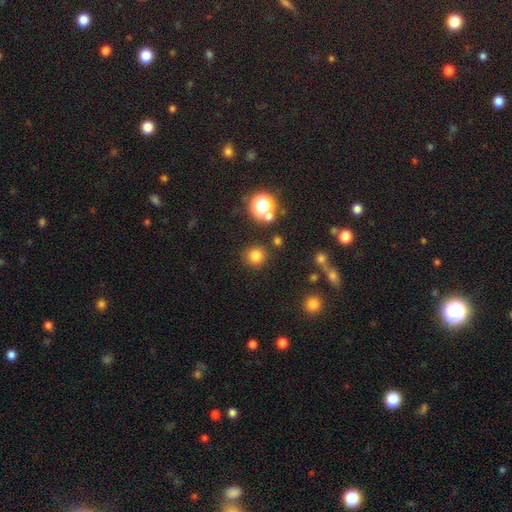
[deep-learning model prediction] Smooth or featured? smooth (77%)
How rounded? round (94%)
Merging? none (87%)